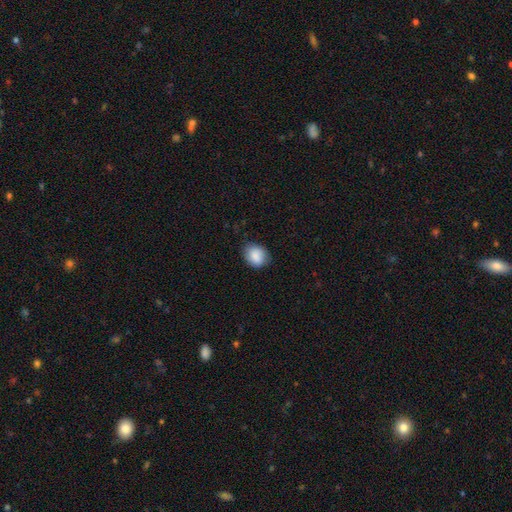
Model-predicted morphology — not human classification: A smooth galaxy with no disk features (87%) that is round (52%). Merging: none (78%).